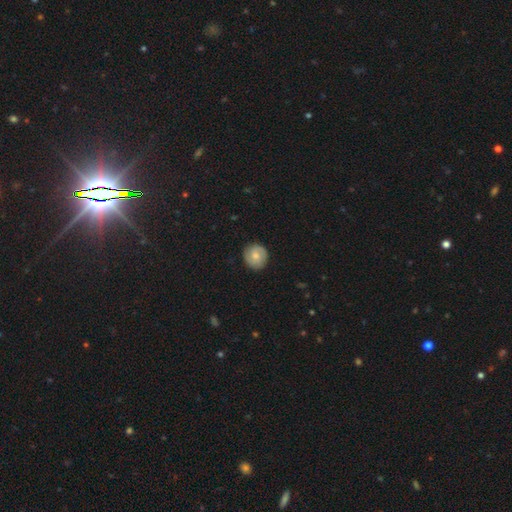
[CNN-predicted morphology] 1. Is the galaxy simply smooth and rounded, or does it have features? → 51% smooth, 42% featured or disk, 7% star or artifact.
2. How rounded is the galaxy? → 91% round, 8% in between, 1% cigar-shaped.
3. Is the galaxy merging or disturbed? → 87% none, 10% minor disturbance, 2% major disturbance, 1% merger.